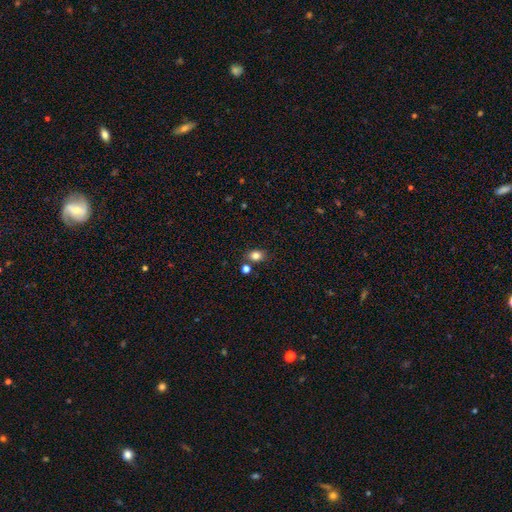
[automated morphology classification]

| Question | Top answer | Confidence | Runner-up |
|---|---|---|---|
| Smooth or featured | smooth | 82% | star or artifact (12%) |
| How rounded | in between | 53% | round (46%) |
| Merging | none | 75% | minor disturbance (12%) |